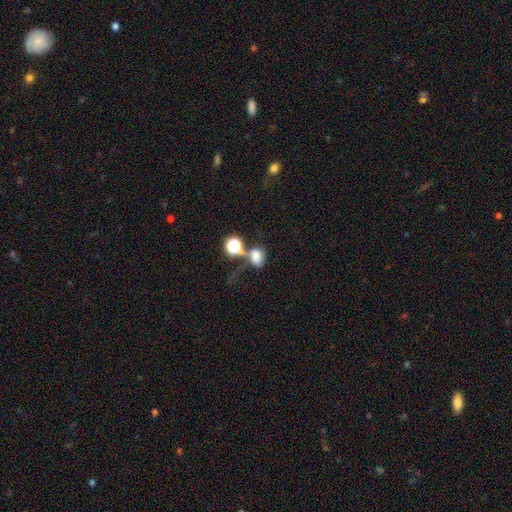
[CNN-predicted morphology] The model was most divided on "merging": merger: 40%, none: 30%, major disturbance: 18%, minor disturbance: 13%. More confident: smooth or featured — smooth (69%); how rounded — in between (63%).